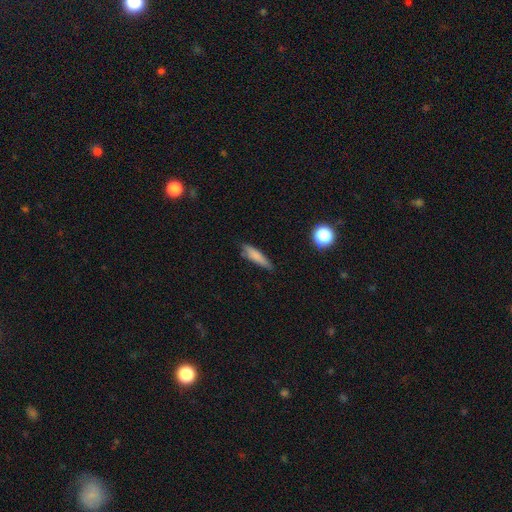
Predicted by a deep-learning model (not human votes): The model was most divided on "how rounded": cigar-shaped: 74%, in between: 24%, round: 2%. More confident: smooth or featured — smooth (77%); merging — none (72%).